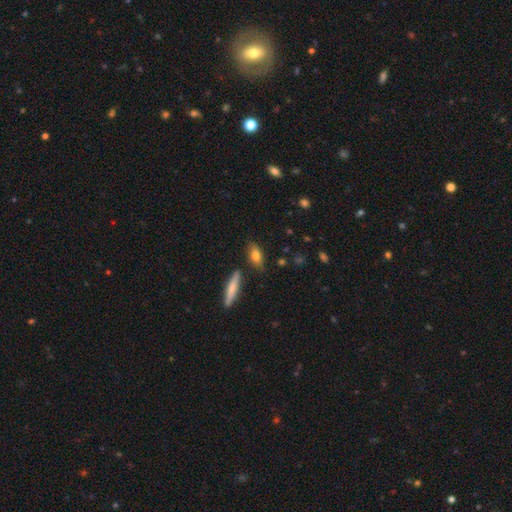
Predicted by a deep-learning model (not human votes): This is likely a smooth galaxy (72%). How rounded: likely in between (69%). Merging: likely none (77%).